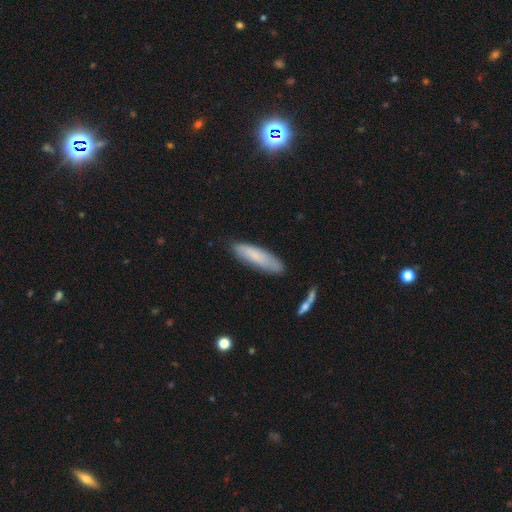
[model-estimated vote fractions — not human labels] This is likely a smooth galaxy (74%). How rounded: likely cigar-shaped (65%). Merging: likely none (77%).